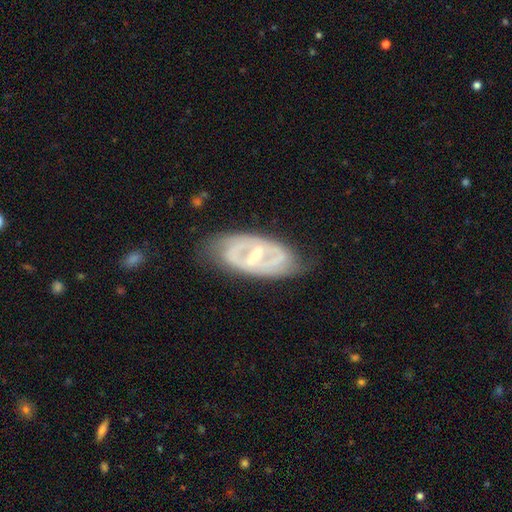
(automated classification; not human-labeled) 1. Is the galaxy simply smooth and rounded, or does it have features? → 78% featured or disk, 16% smooth, 6% star or artifact.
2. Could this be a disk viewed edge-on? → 89% no, 11% yes.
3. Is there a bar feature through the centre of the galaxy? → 61% strong, 29% weak, 10% no.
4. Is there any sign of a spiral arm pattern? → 58% yes, 42% no.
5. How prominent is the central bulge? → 56% small, 37% moderate, 4% none, 2% large, 1% dominant.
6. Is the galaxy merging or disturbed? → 71% none, 20% minor disturbance, 8% major disturbance, 2% merger.